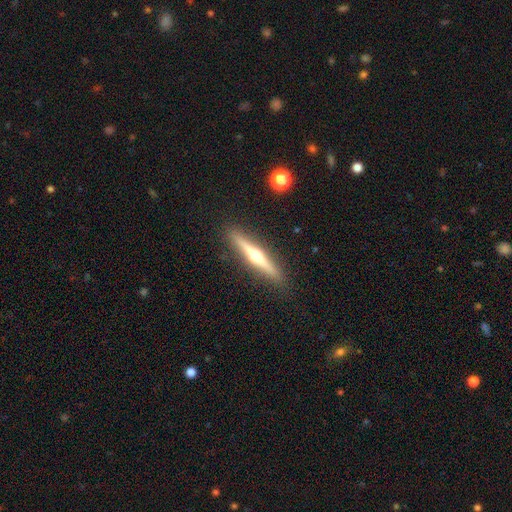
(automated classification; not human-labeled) Q: Smooth or featured?
A: featured or disk (72%); runner-up: smooth (23%)
Q: Edge-on disk?
A: yes (98%); runner-up: no (2%)
Q: Edge-on bulge?
A: rounded (93%); runner-up: none (4%)
Q: Merging?
A: none (91%); runner-up: minor disturbance (7%)